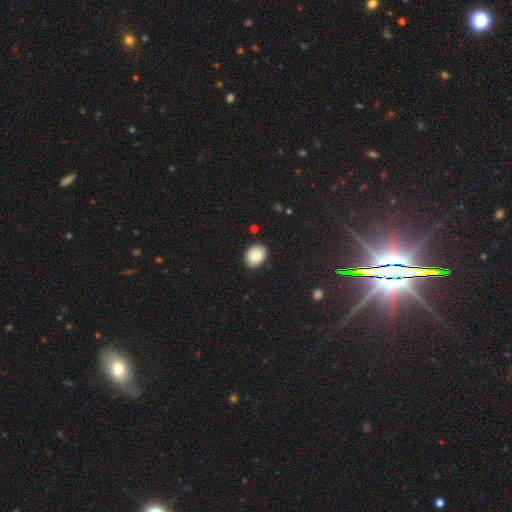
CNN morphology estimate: Smooth or featured? Predicted: smooth (p=0.87). How rounded? Predicted: in between (p=0.57). Merging? Predicted: none (p=0.85).